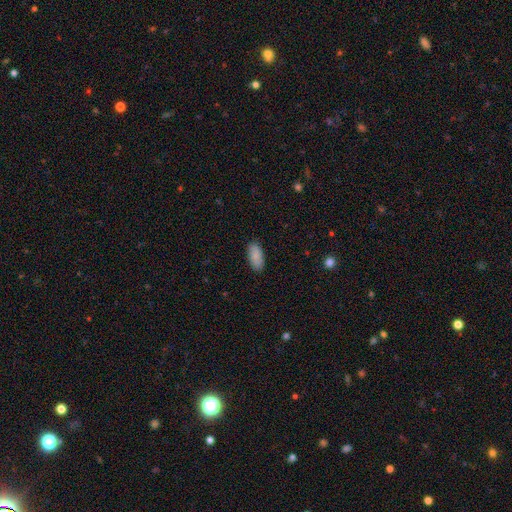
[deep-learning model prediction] Smooth or featured?
  - smooth: 87% *
  - featured or disk: 6%
  - star or artifact: 6%
How rounded?
  - in between: 90% *
  - cigar-shaped: 8%
  - round: 2%
Merging?
  - none: 87% *
  - minor disturbance: 10%
  - major disturbance: 2%
  - merger: 1%